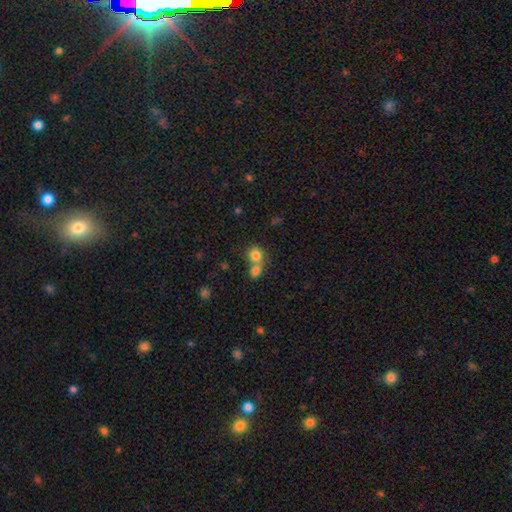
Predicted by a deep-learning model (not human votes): The model was most divided on "merging": merger: 55%, none: 36%, minor disturbance: 6%, major disturbance: 3%. More confident: smooth or featured — smooth (80%); how rounded — round (77%).